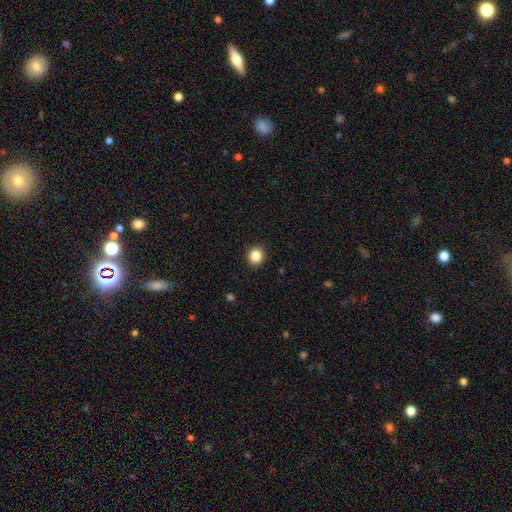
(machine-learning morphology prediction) A smooth galaxy with no disk features (86%) that is round (84%). Merging: none (92%).